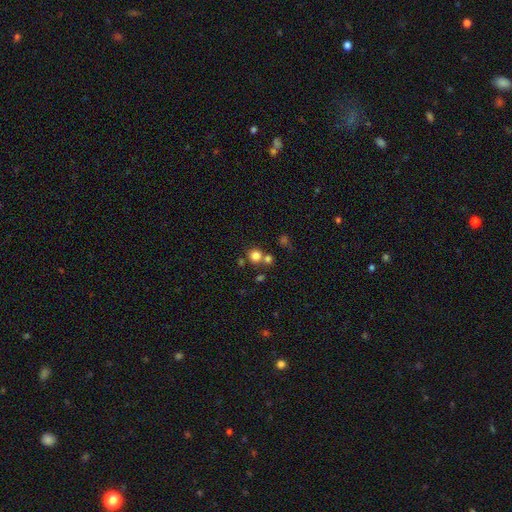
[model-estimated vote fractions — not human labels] smooth-or-featured: smooth: 78% | star or artifact: 14% | featured or disk: 7%
  how-rounded: round: 88% | in between: 11% | cigar-shaped: 1%
  merging: none: 62% | merger: 26% | minor disturbance: 8% | major disturbance: 4%